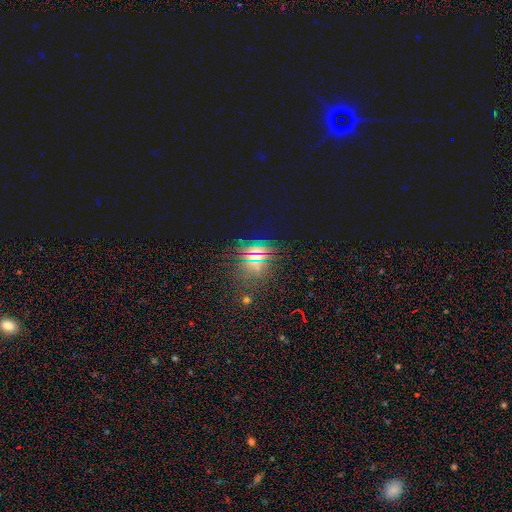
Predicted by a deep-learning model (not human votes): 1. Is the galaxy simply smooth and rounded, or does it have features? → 61% star or artifact, 28% smooth, 11% featured or disk.